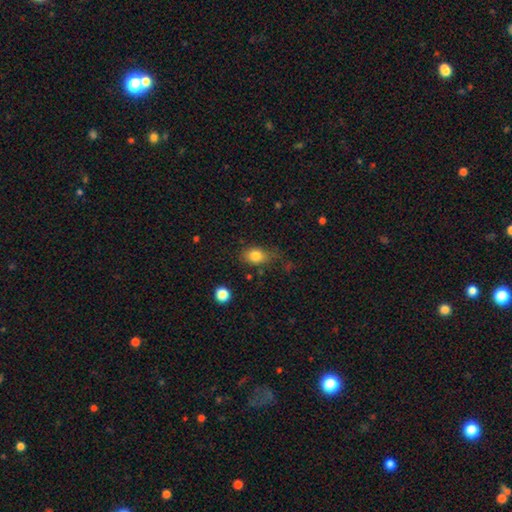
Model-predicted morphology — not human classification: smooth-or-featured: smooth: 82% | star or artifact: 10% | featured or disk: 9%
  how-rounded: in between: 70% | round: 28% | cigar-shaped: 2%
  merging: none: 59% | minor disturbance: 28% | major disturbance: 10% | merger: 3%